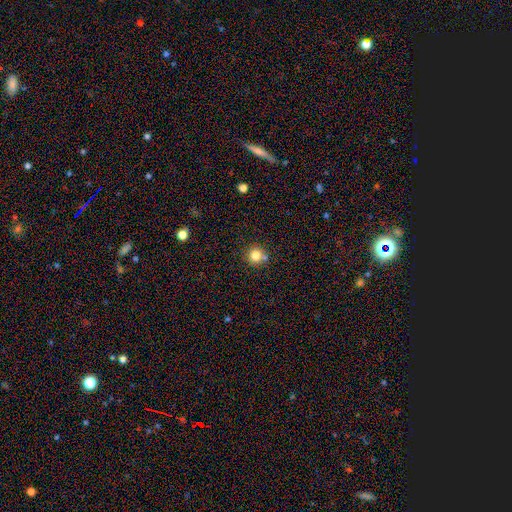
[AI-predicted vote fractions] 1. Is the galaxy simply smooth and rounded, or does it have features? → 80% smooth, 12% star or artifact, 8% featured or disk.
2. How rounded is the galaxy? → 93% round, 6% in between, 1% cigar-shaped.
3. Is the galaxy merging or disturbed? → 72% none, 16% merger, 9% minor disturbance, 3% major disturbance.